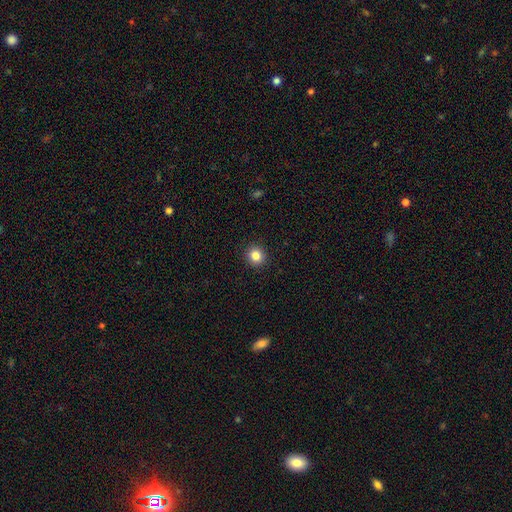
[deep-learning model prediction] This appears to be a smooth galaxy with no disk features (84%) that is round (91%). Merging: none (93%).